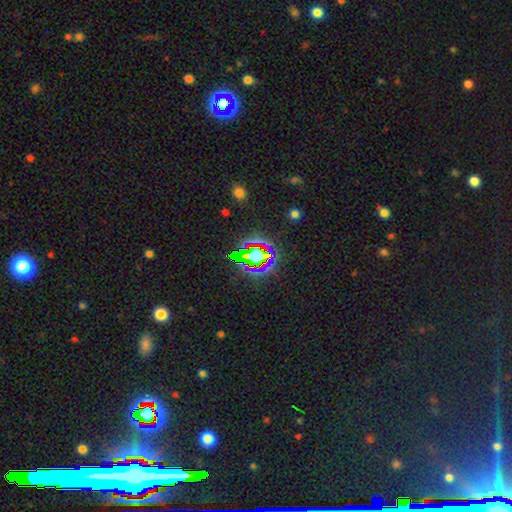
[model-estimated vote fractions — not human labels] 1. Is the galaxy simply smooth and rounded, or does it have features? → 63% star or artifact, 21% smooth, 16% featured or disk.